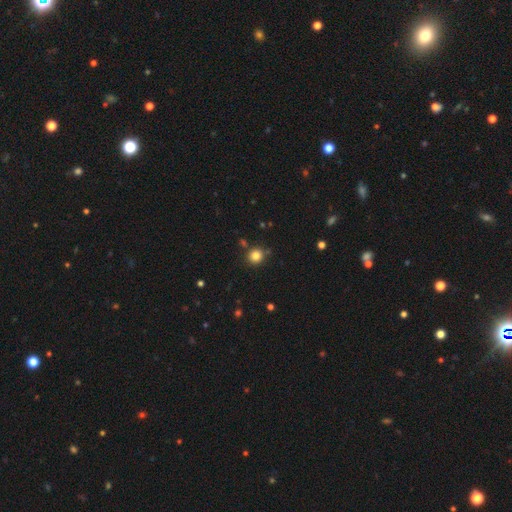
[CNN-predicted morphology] A smooth galaxy with no disk features (83%) that is round (88%).

Vote fractions:
- Smooth or featured? smooth: 83% / star or artifact: 12% / featured or disk: 5%
- How rounded? round: 88% / in between: 11% / cigar-shaped: 1%
- Merging? none: 84% / minor disturbance: 9% / merger: 5% / major disturbance: 3%